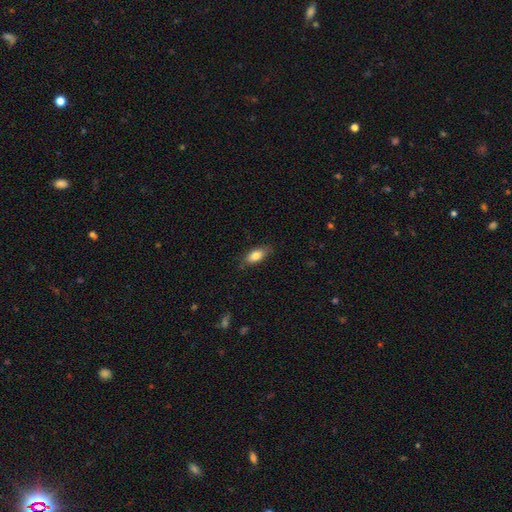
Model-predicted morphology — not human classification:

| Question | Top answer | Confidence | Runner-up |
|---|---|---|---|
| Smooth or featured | smooth | 80% | featured or disk (13%) |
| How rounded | in between | 84% | cigar-shaped (12%) |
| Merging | none | 79% | minor disturbance (17%) |